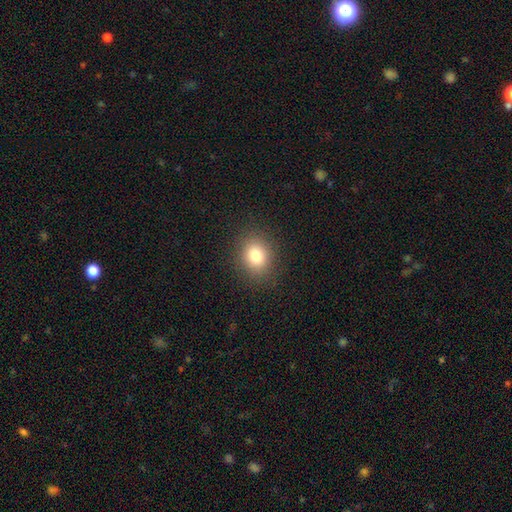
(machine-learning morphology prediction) This is clearly a smooth galaxy (80%). How rounded: likely round (61%). Merging: clearly none (88%).